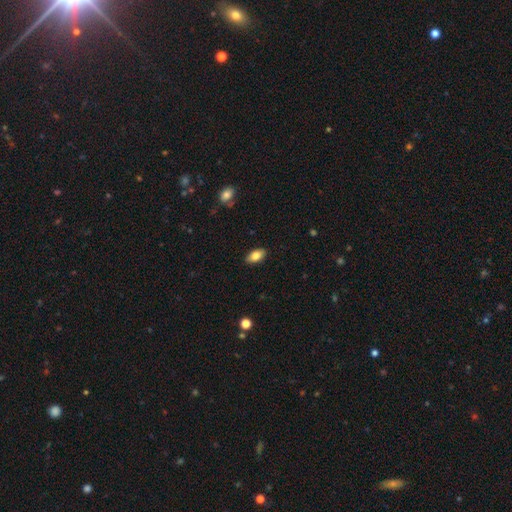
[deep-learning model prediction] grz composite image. It shows a smooth galaxy with no disk features (83%) that is in between round and cigar-shaped (92%). Merging: none (89%).